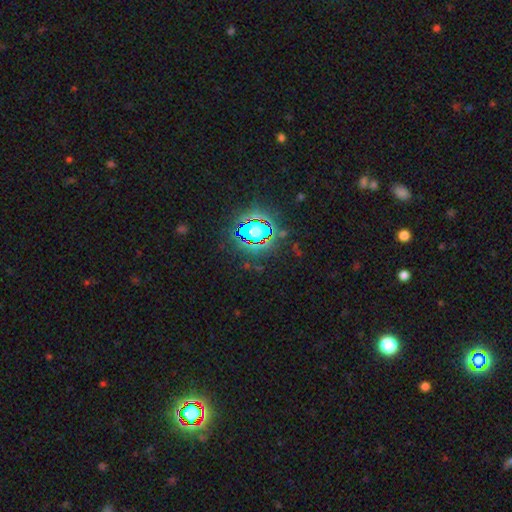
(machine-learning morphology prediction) A star or artifact, not a galaxy (82%).

Vote fractions:
- Smooth or featured? star or artifact: 82% / smooth: 11% / featured or disk: 7%